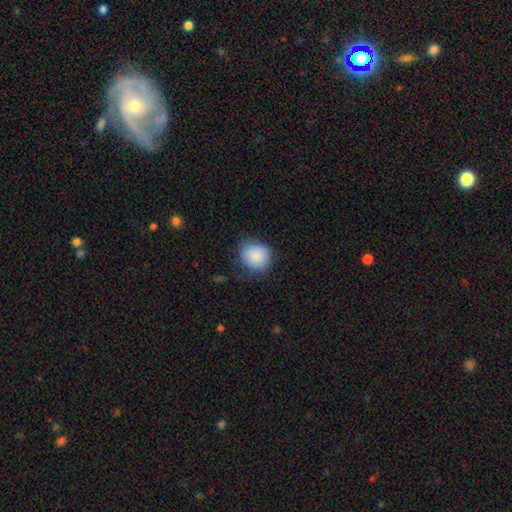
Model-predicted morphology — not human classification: type=smooth (86%); roundness=round (71%); merging=none (65%).